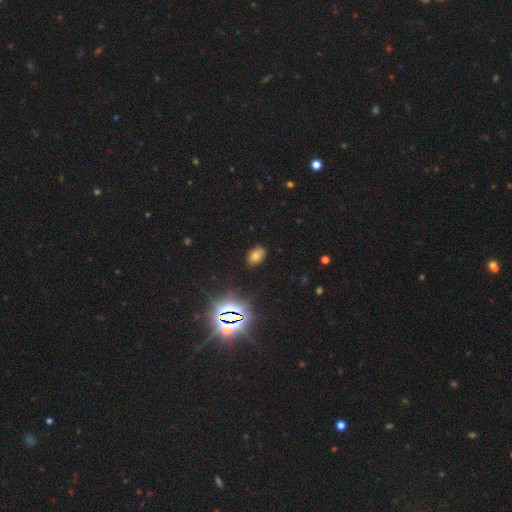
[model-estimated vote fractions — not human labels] Smooth or featured? smooth (60%)
How rounded? in between (83%)
Merging? none (84%)